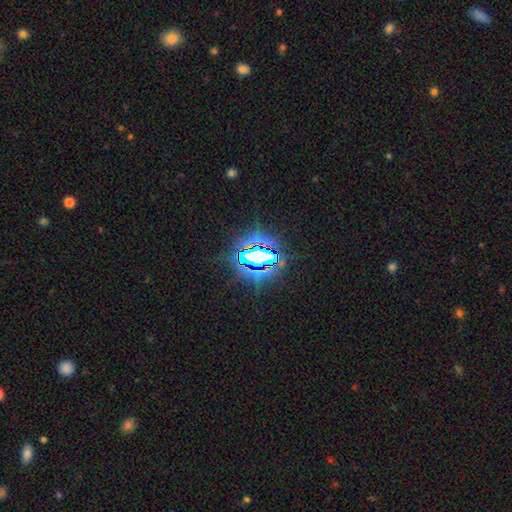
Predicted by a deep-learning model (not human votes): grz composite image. It shows a star or artifact, not a galaxy (77%).